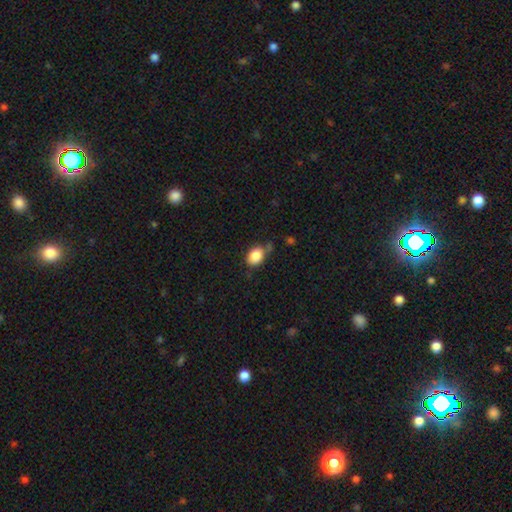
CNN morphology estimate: smooth-or-featured: smooth: 86% | star or artifact: 9% | featured or disk: 5%
  how-rounded: in between: 70% | round: 29% | cigar-shaped: 1%
  merging: none: 68% | minor disturbance: 21% | merger: 7% | major disturbance: 5%